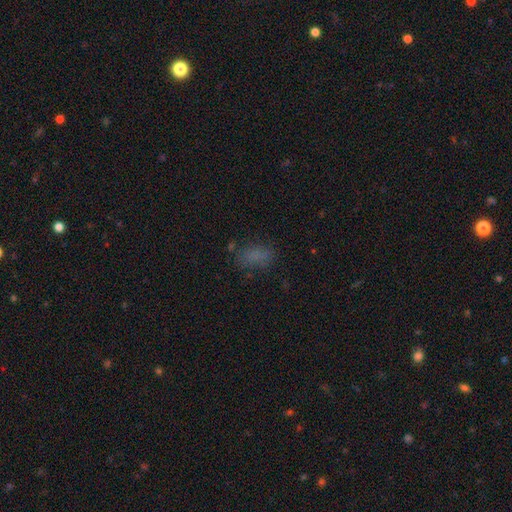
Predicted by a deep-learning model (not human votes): This appears to be a smooth galaxy with no disk features (72%) that is in between round and cigar-shaped (84%). Merging: none (66%).